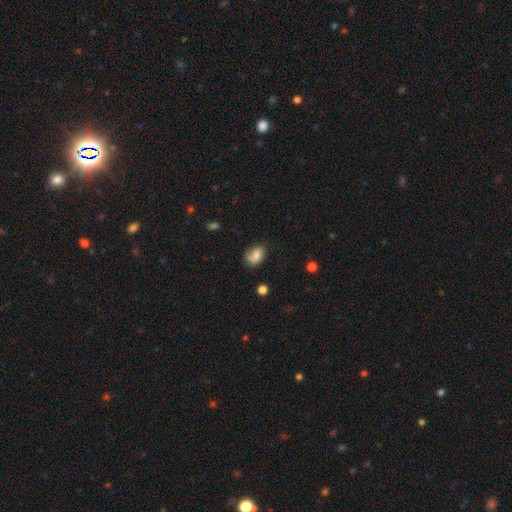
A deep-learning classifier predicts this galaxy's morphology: A smooth galaxy with no disk features (75%) that is in between round and cigar-shaped (76%).

Vote fractions:
- Smooth or featured? smooth: 75% / featured or disk: 16% / star or artifact: 9%
- How rounded? in between: 76% / round: 22% / cigar-shaped: 1%
- Merging? none: 60% / minor disturbance: 29% / major disturbance: 8% / merger: 2%